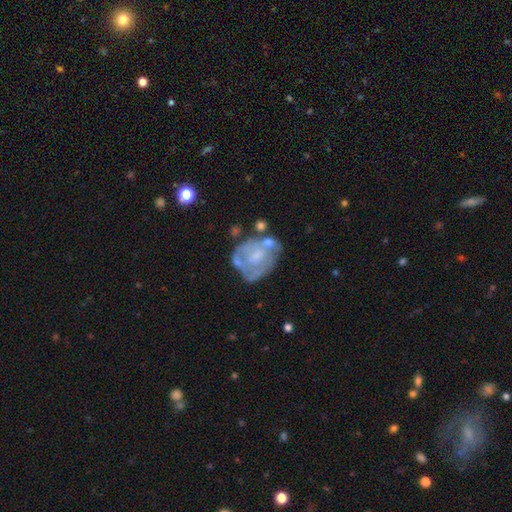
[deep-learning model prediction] featured or disk 63%, smooth 29%, star or artifact 8%. Down the decision tree: edge-on disk — no (98%); bar — no (74%); spiral arms — no (67%); bulge size — small (35%); merging — none (45%).